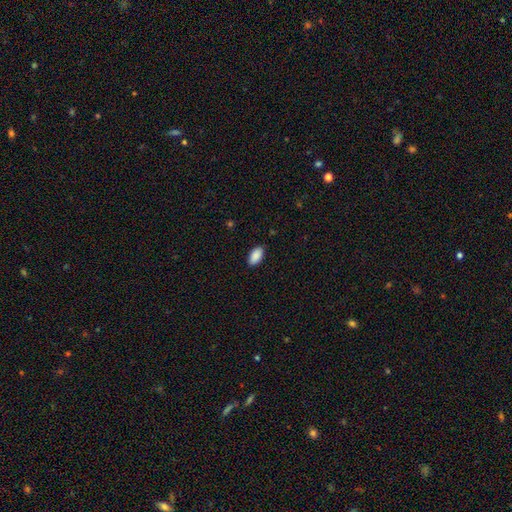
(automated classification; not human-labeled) Overall: smooth (90%). How rounded: in between (94%). Merging: none (87%).